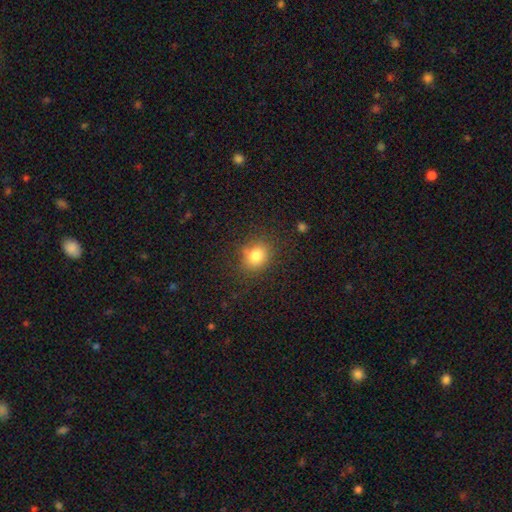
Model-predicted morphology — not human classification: A smooth galaxy with no disk features (80%) that is round (56%). Merging: none (78%).